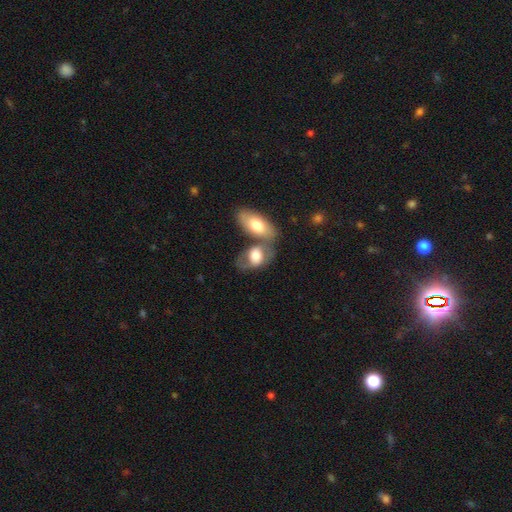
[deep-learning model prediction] Q: Smooth or featured?
A: smooth (65%); runner-up: featured or disk (29%)
Q: How rounded?
A: in between (86%); runner-up: round (12%)
Q: Merging?
A: merger (46%); runner-up: none (34%)